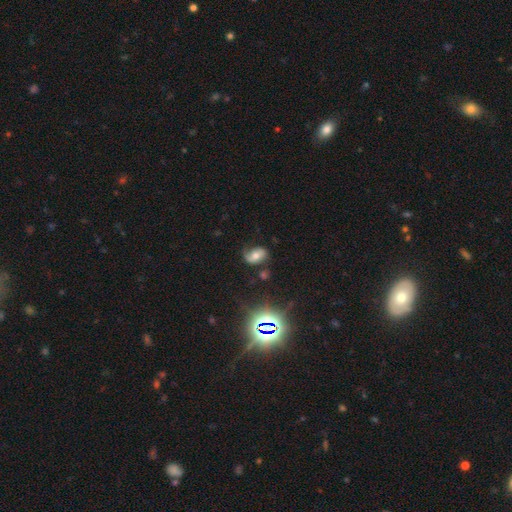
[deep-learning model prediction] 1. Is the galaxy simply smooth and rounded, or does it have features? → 42% featured or disk, 39% smooth, 19% star or artifact.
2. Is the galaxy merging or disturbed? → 61% none, 24% minor disturbance, 11% major disturbance, 3% merger.